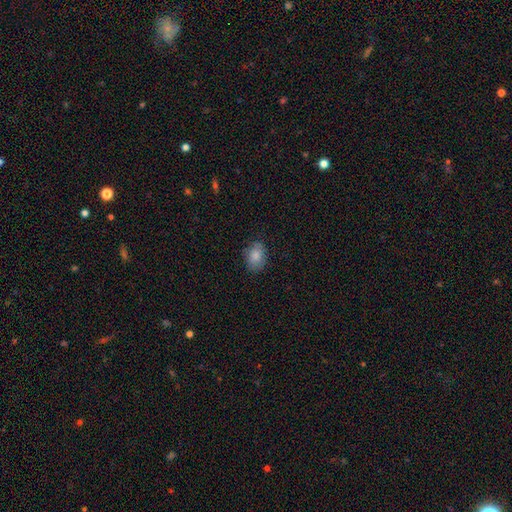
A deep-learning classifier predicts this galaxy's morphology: Smooth or featured: smooth — 85% (featured or disk — 8%)
How rounded: in between — 79% (round — 20%)
Merging: none — 82% (minor disturbance — 14%)